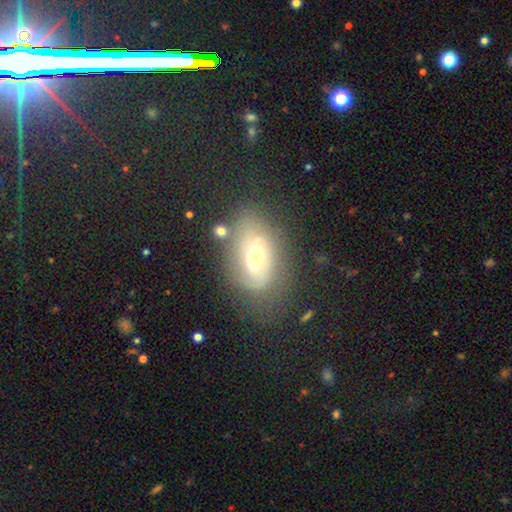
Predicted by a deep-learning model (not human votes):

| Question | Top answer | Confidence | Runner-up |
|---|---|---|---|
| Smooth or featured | featured or disk | 50% | smooth (40%) |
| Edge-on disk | no | 92% | yes (8%) |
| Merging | none | 59% | minor disturbance (23%) |